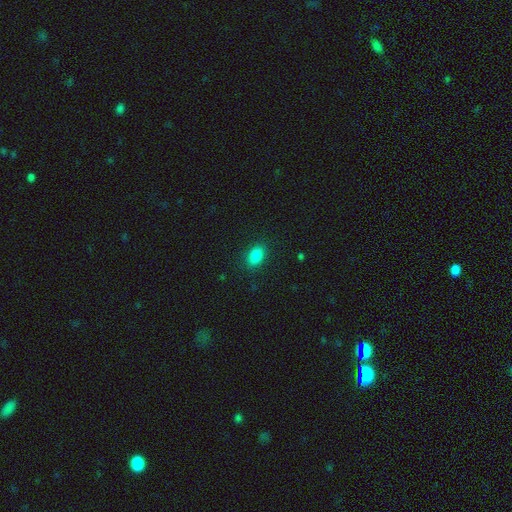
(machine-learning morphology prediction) A smooth galaxy with no disk features (86%) that is in between round and cigar-shaped (86%).

Vote fractions:
- Smooth or featured? smooth: 86% / star or artifact: 9% / featured or disk: 5%
- How rounded? in between: 86% / round: 12% / cigar-shaped: 2%
- Merging? none: 88% / minor disturbance: 9% / major disturbance: 3% / merger: 1%